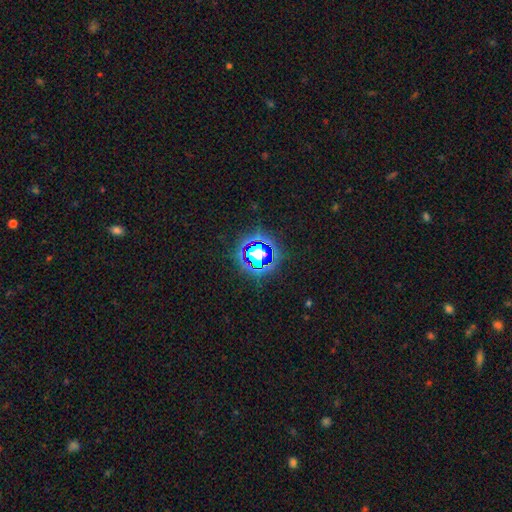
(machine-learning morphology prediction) type=star or artifact (76%).